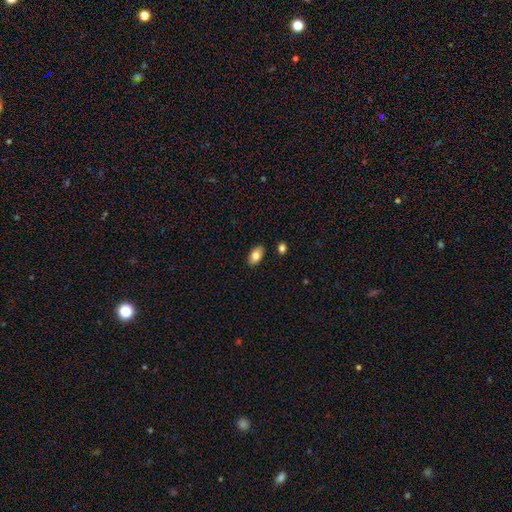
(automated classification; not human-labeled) Smooth or featured? Predicted: smooth (p=0.82). How rounded? Predicted: in between (p=0.93). Merging? Predicted: none (p=0.87).